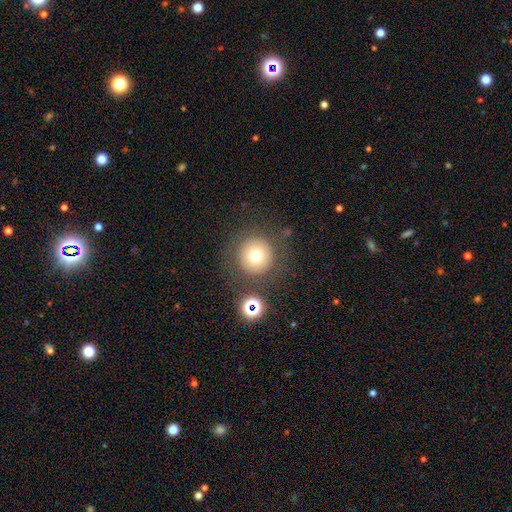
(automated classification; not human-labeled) Q: Smooth or featured?
A: smooth (72%); runner-up: star or artifact (15%)
Q: How rounded?
A: round (96%); runner-up: in between (3%)
Q: Merging?
A: none (81%); runner-up: minor disturbance (9%)